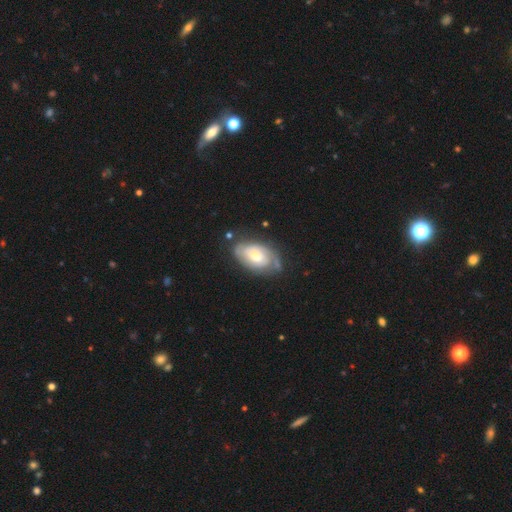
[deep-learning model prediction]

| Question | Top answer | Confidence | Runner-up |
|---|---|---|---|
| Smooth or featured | featured or disk | 68% | smooth (26%) |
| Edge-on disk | no | 95% | yes (5%) |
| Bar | no | 65% | weak (29%) |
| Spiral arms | yes | 85% | no (15%) |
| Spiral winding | tight | 59% | medium (30%) |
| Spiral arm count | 2 | 47% | can't tell (33%) |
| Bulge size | moderate | 53% | small (30%) |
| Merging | none | 62% | minor disturbance (24%) |